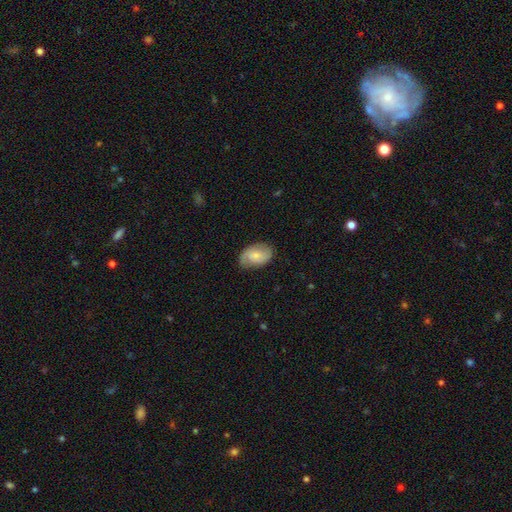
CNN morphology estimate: Smooth or featured? smooth (52%)
How rounded? in between (89%)
Merging? none (73%)